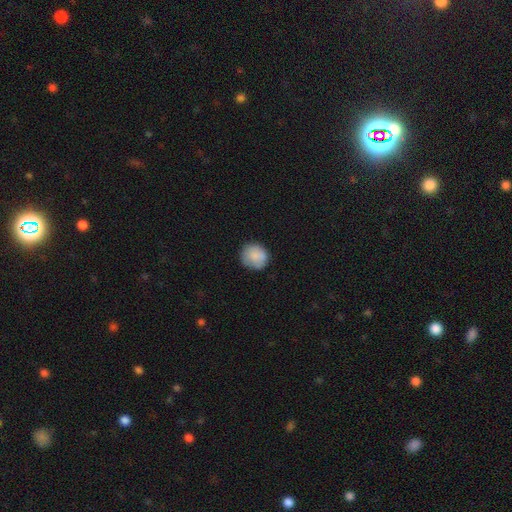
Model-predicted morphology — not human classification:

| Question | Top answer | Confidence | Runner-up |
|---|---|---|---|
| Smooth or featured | smooth | 85% | star or artifact (7%) |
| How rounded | round | 87% | in between (12%) |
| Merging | none | 79% | minor disturbance (17%) |